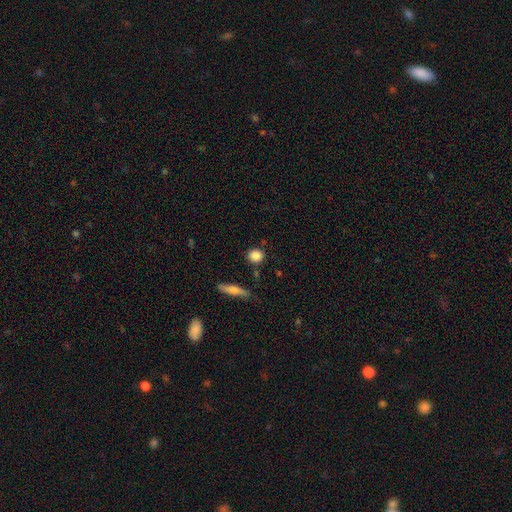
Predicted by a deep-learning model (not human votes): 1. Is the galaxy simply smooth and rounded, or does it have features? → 86% smooth, 8% star or artifact, 6% featured or disk.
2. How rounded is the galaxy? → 75% round, 21% in between, 4% cigar-shaped.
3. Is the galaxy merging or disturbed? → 83% none, 11% minor disturbance, 4% merger, 3% major disturbance.